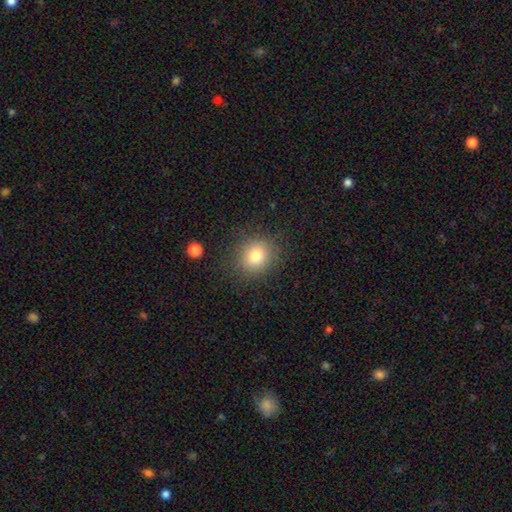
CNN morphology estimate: smooth_or_featured: smooth (p=0.78) [alt: star or artifact p=0.13]
how_rounded: round (p=0.78) [alt: in between p=0.21]
merging: none (p=0.85) [alt: minor disturbance p=0.09]